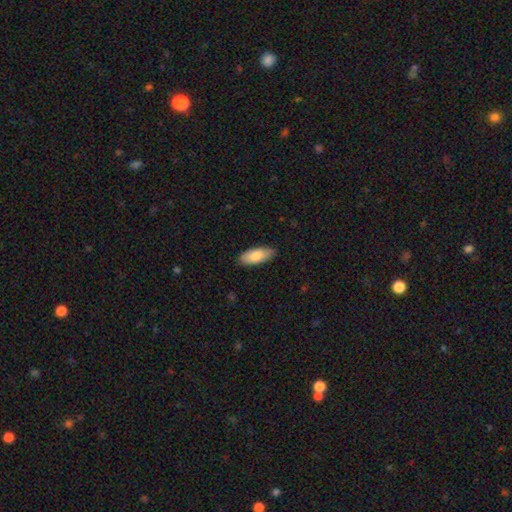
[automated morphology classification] Smooth or featured: smooth — 84% (featured or disk — 11%)
How rounded: in between — 84% (cigar-shaped — 14%)
Merging: none — 85% (minor disturbance — 12%)